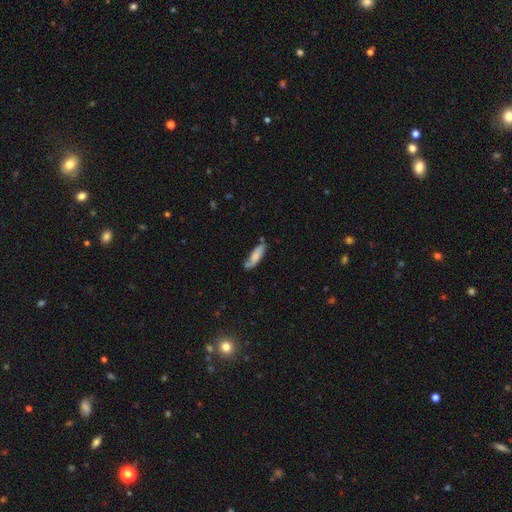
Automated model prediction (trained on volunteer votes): Smooth or featured? Predicted: smooth (p=0.72). How rounded? Predicted: cigar-shaped (p=0.54). Merging? Predicted: none (p=0.64).